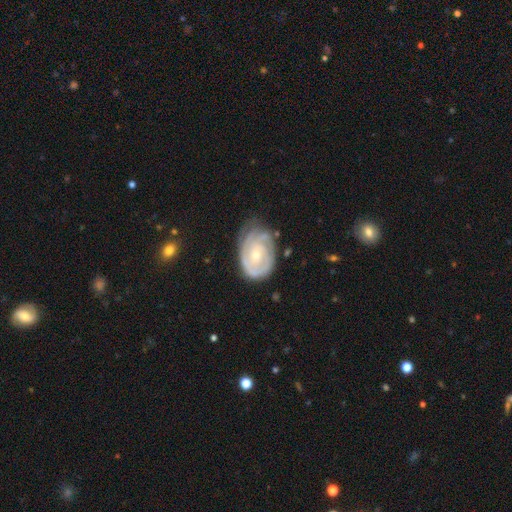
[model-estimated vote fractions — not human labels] Smooth or featured?
  - featured or disk: 79% *
  - smooth: 15%
  - star or artifact: 5%
Edge-on disk?
  - no: 97% *
  - yes: 3%
Bar?
  - no: 73% *
  - weak: 23%
  - strong: 4%
Spiral arms?
  - yes: 91% *
  - no: 9%
Spiral winding?
  - tight: 74% *
  - medium: 21%
  - loose: 5%
Spiral arm count?
  - can't tell: 41% *
  - 2: 25%
  - 3: 17%
  - 4: 7%
  - 1: 6%
  - more than 4: 4%
Bulge size?
  - small: 59% *
  - moderate: 38%
  - large: 1%
  - none: 1%
  - dominant: 1%
Merging?
  - none: 59% *
  - minor disturbance: 29%
  - major disturbance: 10%
  - merger: 2%